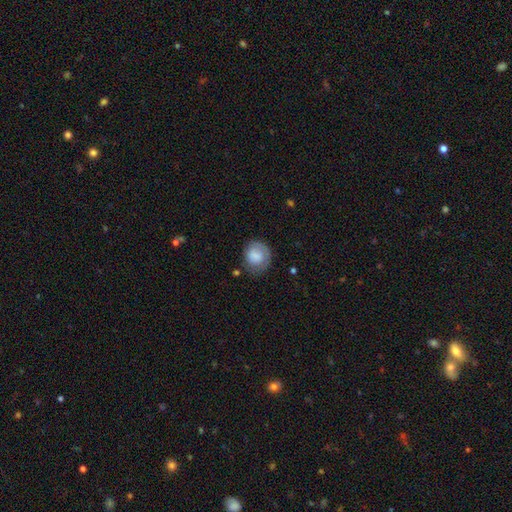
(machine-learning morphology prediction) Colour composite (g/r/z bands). It shows a smooth galaxy with no disk features (75%) that is round (76%). Merging: none (62%).